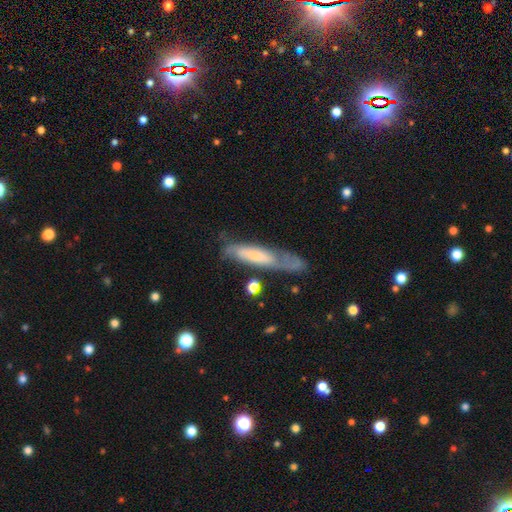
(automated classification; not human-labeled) Q: Smooth or featured?
A: featured or disk (54%); runner-up: smooth (40%)
Q: Edge-on disk?
A: no (61%); runner-up: yes (39%)
Q: Merging?
A: none (50%); runner-up: minor disturbance (26%)